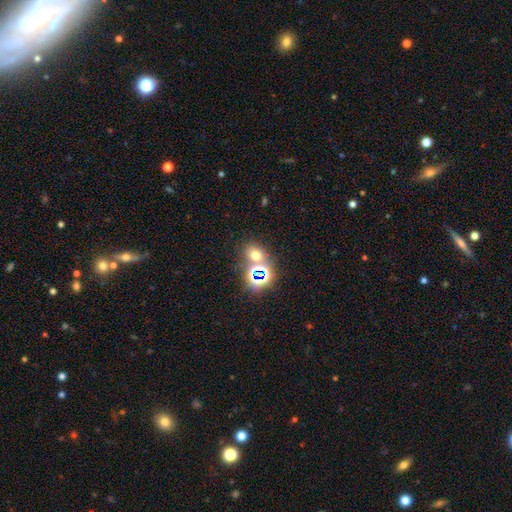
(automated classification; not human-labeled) Smooth or featured: smooth — 55% (star or artifact — 35%)
How rounded: round — 53% (in between — 46%)
Merging: none — 64% (merger — 23%)